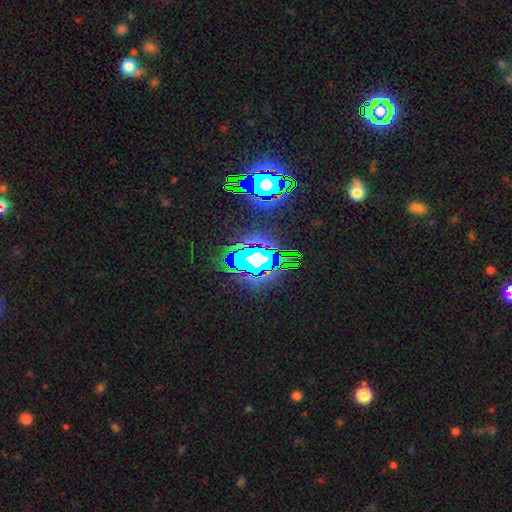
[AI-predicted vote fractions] Overall: star or artifact (63%).